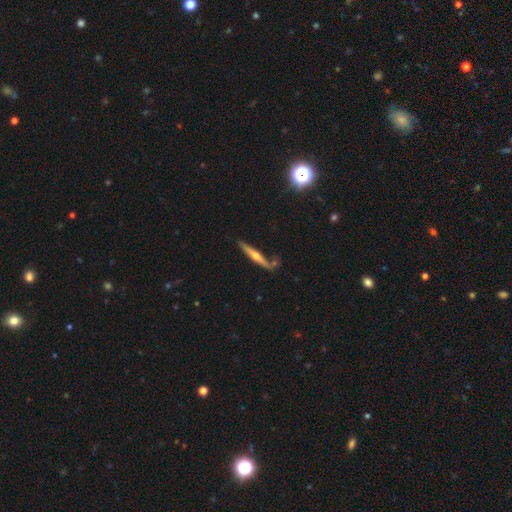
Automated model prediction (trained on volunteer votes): This is likely a featured or disk galaxy (68%). It is clearly viewed edge-on (96%). Edge-on bulge: clearly rounded (88%). Merging: likely none (79%).